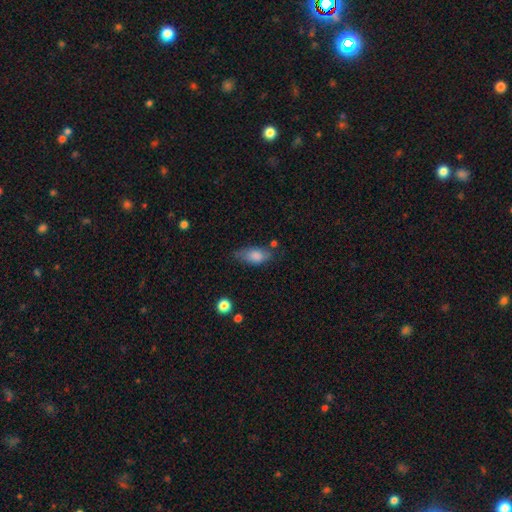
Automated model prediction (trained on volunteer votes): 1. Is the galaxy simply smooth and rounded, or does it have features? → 81% smooth, 12% featured or disk, 7% star or artifact.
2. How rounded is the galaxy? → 86% in between, 10% cigar-shaped, 4% round.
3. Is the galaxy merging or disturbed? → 60% none, 27% minor disturbance, 8% major disturbance, 4% merger.